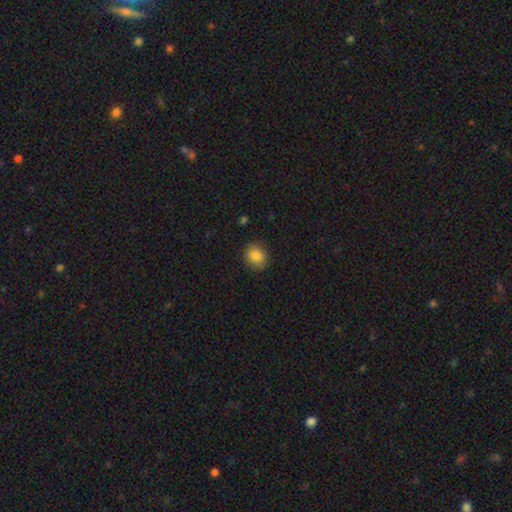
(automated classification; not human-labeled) Q: Smooth or featured?
A: smooth (85%); runner-up: star or artifact (9%)
Q: How rounded?
A: round (71%); runner-up: in between (28%)
Q: Merging?
A: none (86%); runner-up: minor disturbance (11%)